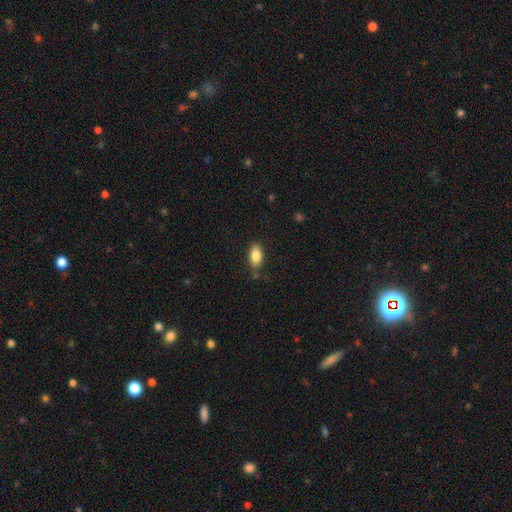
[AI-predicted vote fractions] This is clearly a smooth galaxy (85%). How rounded: clearly in between (90%). Merging: likely none (78%).